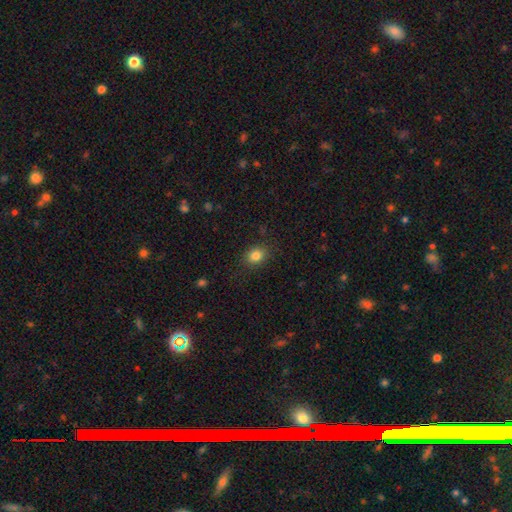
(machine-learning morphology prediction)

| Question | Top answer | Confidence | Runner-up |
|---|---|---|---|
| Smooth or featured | smooth | 83% | star or artifact (11%) |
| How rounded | round | 53% | in between (46%) |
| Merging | none | 86% | minor disturbance (10%) |